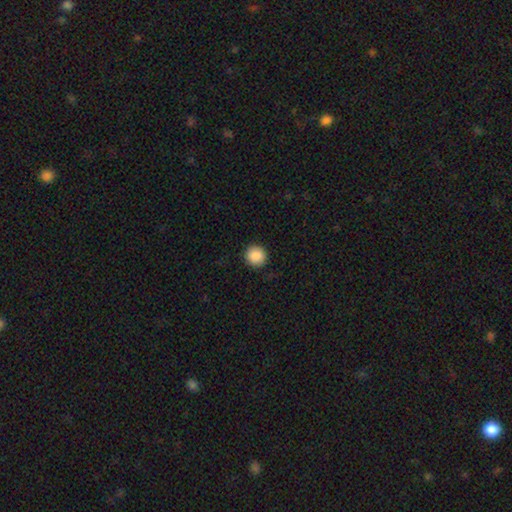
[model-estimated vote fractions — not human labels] Q: Smooth or featured?
A: smooth (89%); runner-up: star or artifact (8%)
Q: How rounded?
A: round (94%); runner-up: in between (5%)
Q: Merging?
A: none (91%); runner-up: minor disturbance (6%)